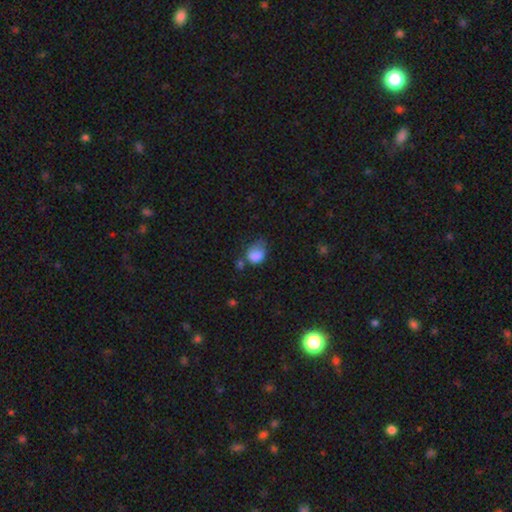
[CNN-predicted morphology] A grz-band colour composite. It shows a smooth galaxy with no disk features (80%) that is in between round and cigar-shaped (67%). Merging: minor disturbance (38%).